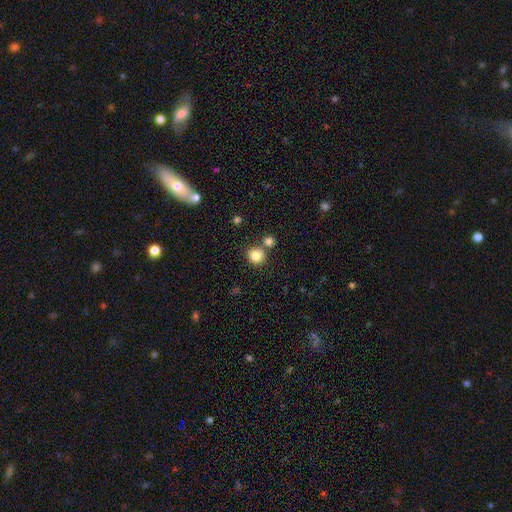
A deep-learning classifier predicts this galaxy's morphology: A smooth galaxy with no disk features (82%) that is round (90%). Merging: none (70%).